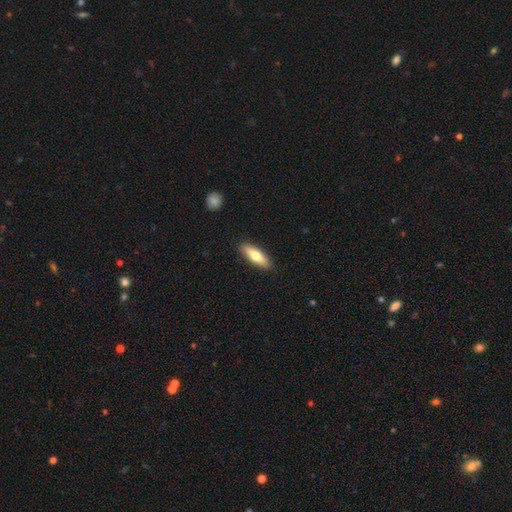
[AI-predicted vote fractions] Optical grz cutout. It shows a smooth galaxy with no disk features (66%) that is in between round and cigar-shaped (51%). Merging: none (89%).